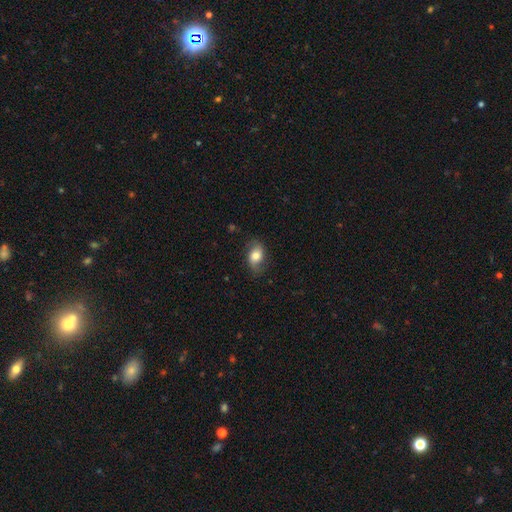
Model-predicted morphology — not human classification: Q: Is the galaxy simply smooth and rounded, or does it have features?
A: smooth — 62%.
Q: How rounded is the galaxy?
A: in between — 81%.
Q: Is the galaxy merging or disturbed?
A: none — 70%.